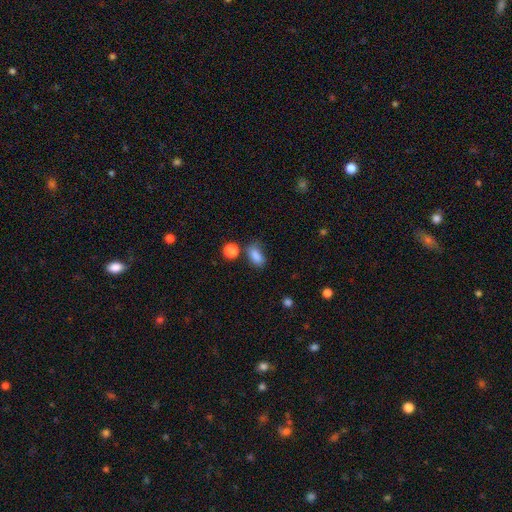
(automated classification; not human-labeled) This is clearly a smooth galaxy (85%). How rounded: clearly in between (86%). Merging: likely none (65%).